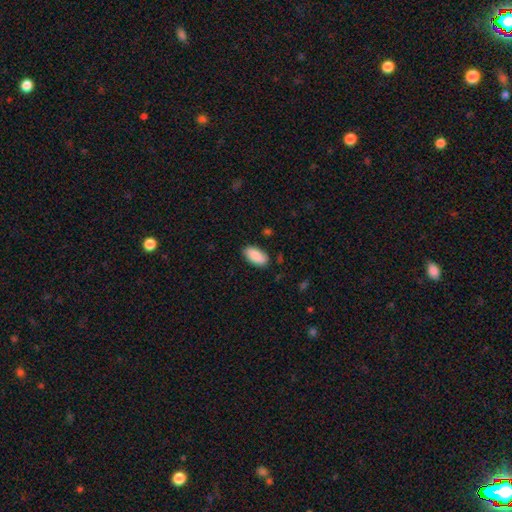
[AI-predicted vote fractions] Smooth or featured? Predicted: smooth (p=0.89). How rounded? Predicted: in between (p=0.94). Merging? Predicted: none (p=0.82).